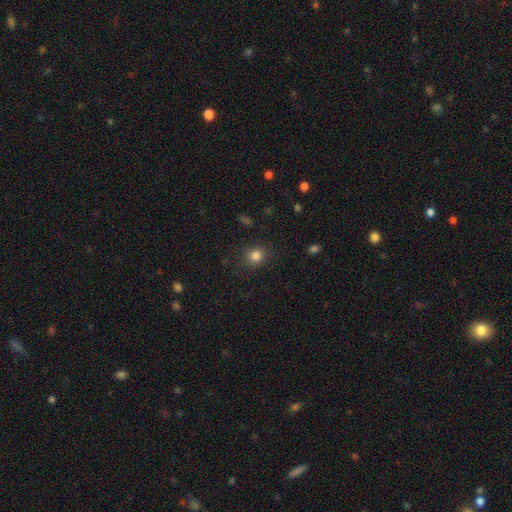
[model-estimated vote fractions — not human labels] smooth-or-featured: smooth: 83% | star or artifact: 12% | featured or disk: 5%
  how-rounded: round: 77% | in between: 22% | cigar-shaped: 1%
  merging: none: 86% | minor disturbance: 10% | major disturbance: 3% | merger: 1%